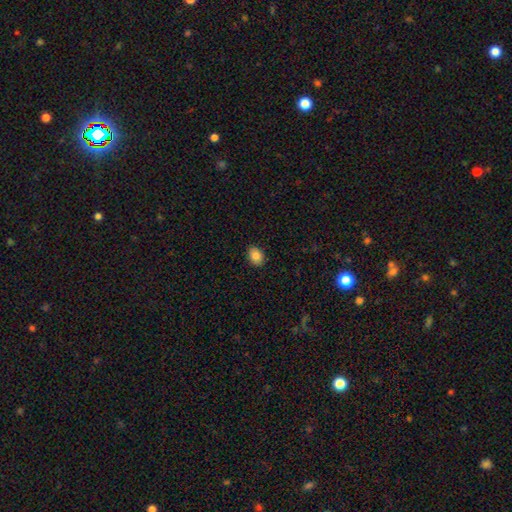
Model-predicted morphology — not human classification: Q: Smooth or featured?
A: smooth (84%); runner-up: star or artifact (8%)
Q: How rounded?
A: in between (70%); runner-up: round (29%)
Q: Merging?
A: none (90%); runner-up: minor disturbance (8%)